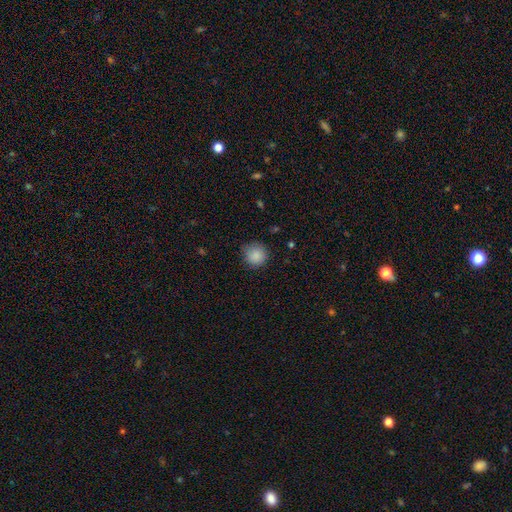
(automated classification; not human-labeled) Smooth or featured? smooth (87%)
How rounded? round (93%)
Merging? none (81%)